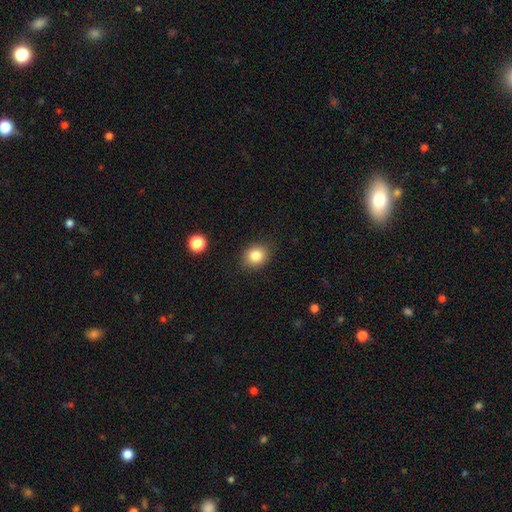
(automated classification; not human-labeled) Smooth or featured? smooth (84%)
How rounded? round (64%)
Merging? none (87%)